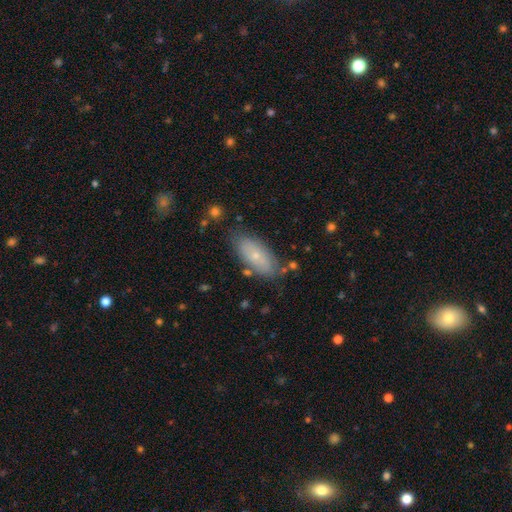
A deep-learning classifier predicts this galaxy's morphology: Smooth or featured?
  - smooth: 66% *
  - featured or disk: 27%
  - star or artifact: 7%
How rounded?
  - in between: 86% *
  - cigar-shaped: 12%
  - round: 3%
Merging?
  - none: 76% *
  - minor disturbance: 17%
  - major disturbance: 4%
  - merger: 3%